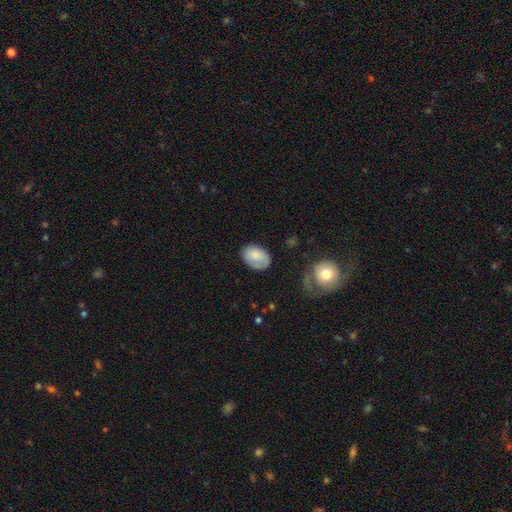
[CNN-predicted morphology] Q: Smooth or featured?
A: smooth (78%); runner-up: featured or disk (14%)
Q: How rounded?
A: in between (83%); runner-up: round (16%)
Q: Merging?
A: none (67%); runner-up: minor disturbance (24%)